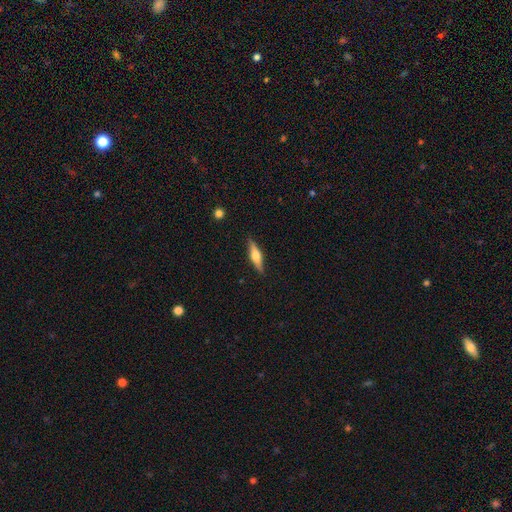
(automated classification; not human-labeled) Overall: featured or disk (54%; smooth 41%). Edge-on disk: yes (95%). Edge-on bulge: rounded (89%). Merging: none (87%).